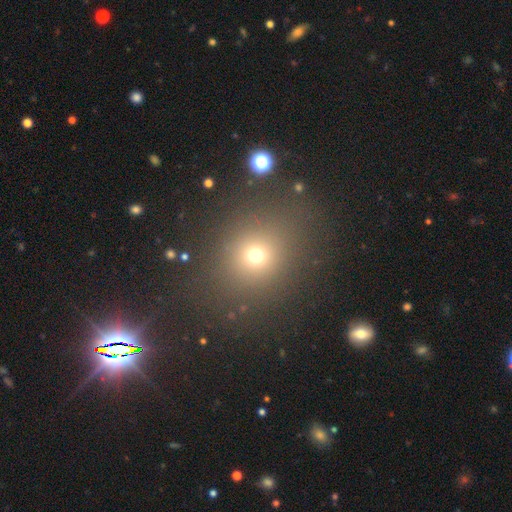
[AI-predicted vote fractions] smooth-or-featured: smooth: 68% | star or artifact: 23% | featured or disk: 9%
  how-rounded: round: 75% | in between: 23% | cigar-shaped: 1%
  merging: none: 80% | minor disturbance: 10% | major disturbance: 6% | merger: 5%